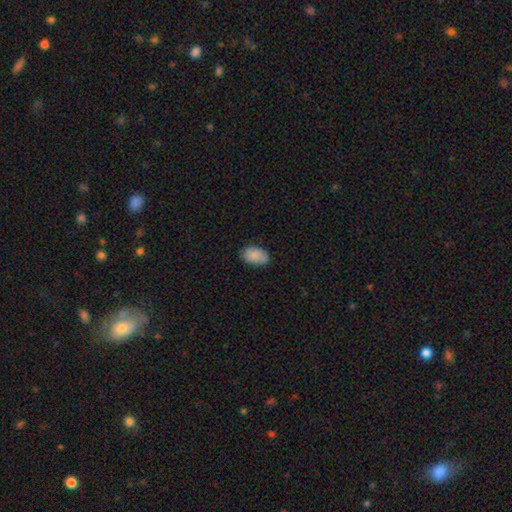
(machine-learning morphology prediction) Smooth or featured: smooth — 87% (star or artifact — 7%)
How rounded: in between — 91% (round — 7%)
Merging: none — 81% (minor disturbance — 15%)